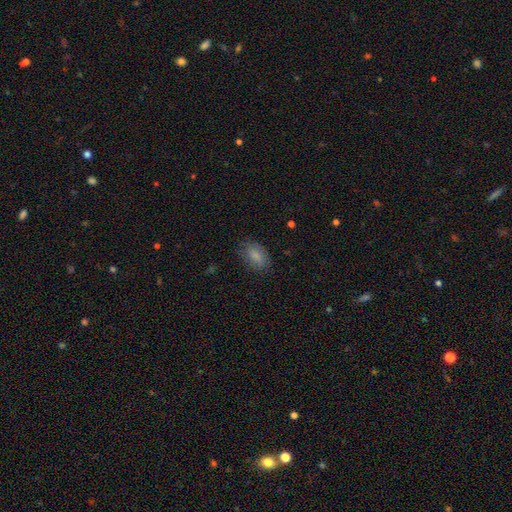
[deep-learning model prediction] Overall: smooth (83%). How rounded: in between (88%). Merging: none (77%).